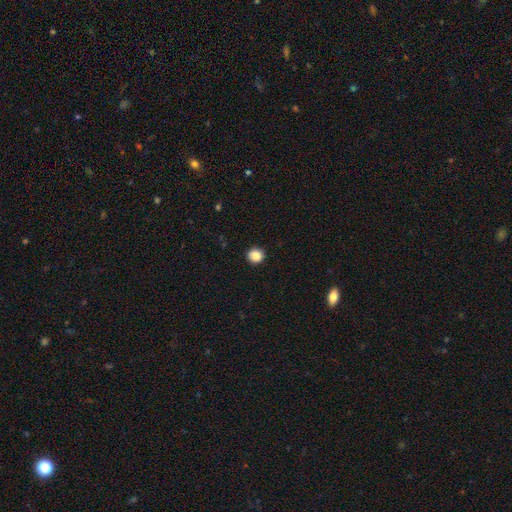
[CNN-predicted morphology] A smooth galaxy with no disk features (88%) that is round (91%). Merging: none (92%).